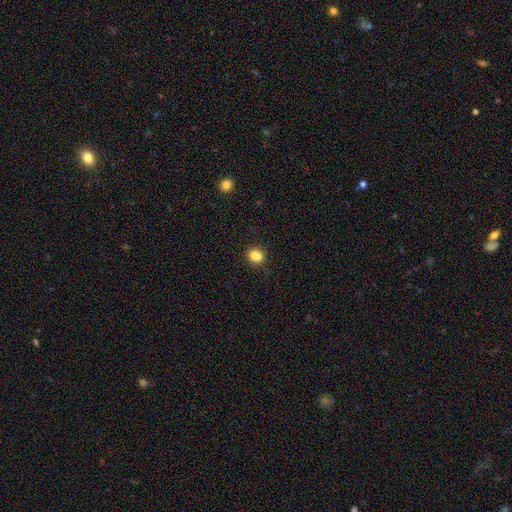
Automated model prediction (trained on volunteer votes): Smooth or featured? Predicted: smooth (p=0.77). How rounded? Predicted: round (p=0.64). Merging? Predicted: none (p=0.51).